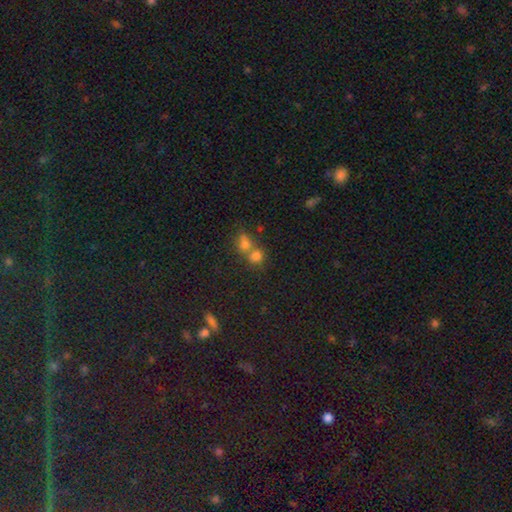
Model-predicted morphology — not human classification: smooth 70%, star or artifact 19%, featured or disk 11%. Down the decision tree: how rounded — round (77%); merging — merger (56%).